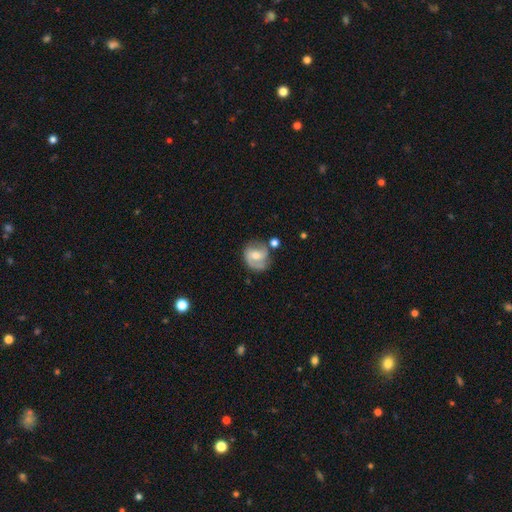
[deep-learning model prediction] Overall: featured or disk (65%; smooth 28%). Edge-on disk: no (97%). Bar: weak (46%; no 40%). Spiral arms: yes (86%). Spiral arm count: 2 (70%). Spiral winding: medium (45%; tight 32%). Bulge size: moderate (59%; small 35%). Merging: none (62%).